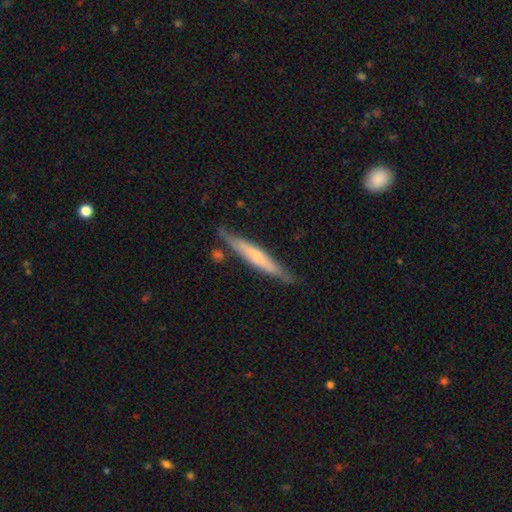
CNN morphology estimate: featured or disk 49%, smooth 46%, star or artifact 6%. Down the decision tree: merging — none (76%).